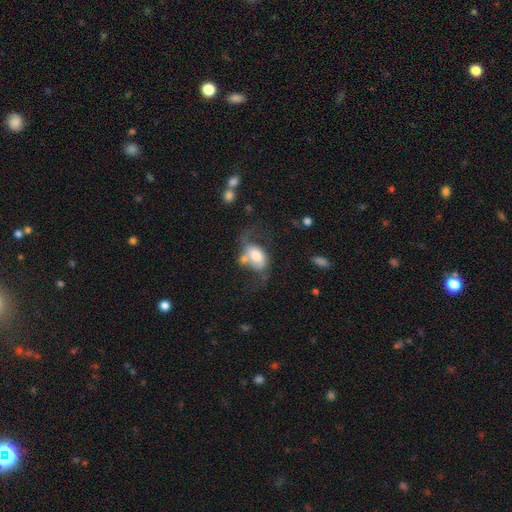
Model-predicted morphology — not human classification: smooth 53%, featured or disk 40%, star or artifact 8%. Down the decision tree: how rounded — in between (83%); merging — none (31%).